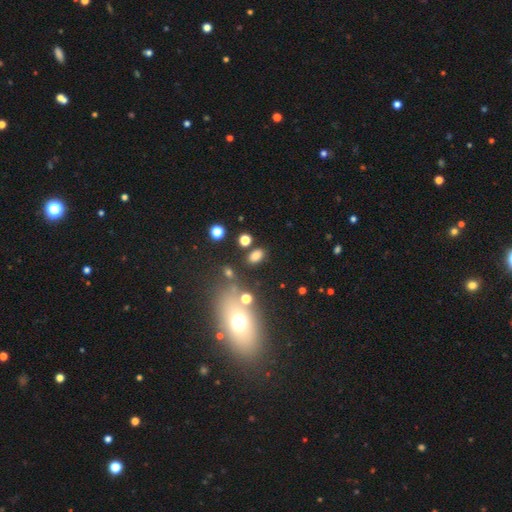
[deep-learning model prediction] The model was most divided on "smooth or featured": smooth: 76%, star or artifact: 17%, featured or disk: 7%. More confident: how rounded — in between (87%); merging — none (79%).